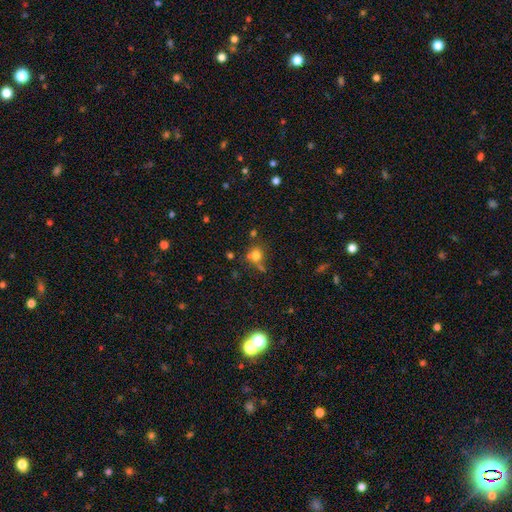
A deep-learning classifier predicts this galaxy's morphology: Smooth or featured: smooth — 74% (star or artifact — 17%)
How rounded: round — 79% (in between — 20%)
Merging: none — 57% (merger — 18%)